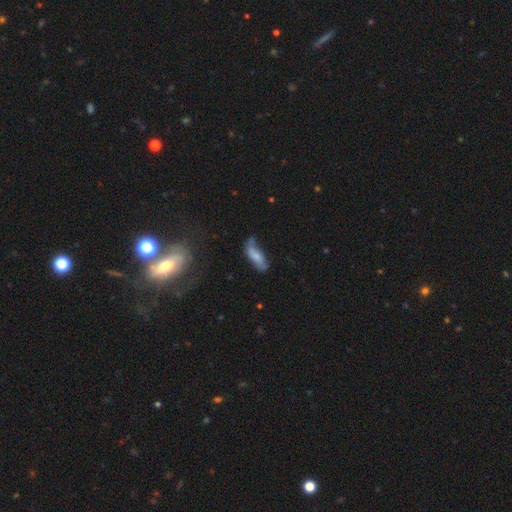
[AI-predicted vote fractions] Q: Smooth or featured?
A: smooth (64%); runner-up: featured or disk (28%)
Q: How rounded?
A: in between (64%); runner-up: cigar-shaped (34%)
Q: Merging?
A: none (43%); runner-up: minor disturbance (33%)